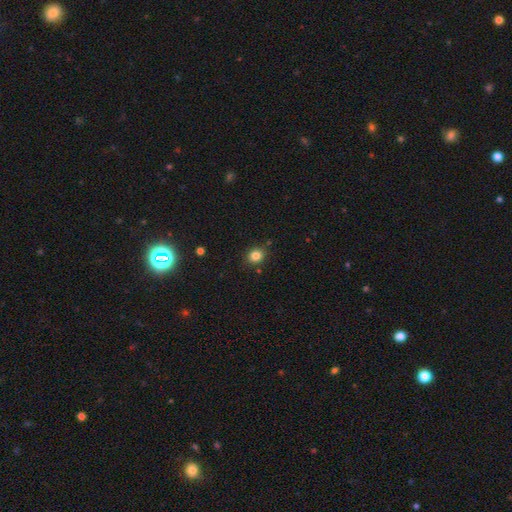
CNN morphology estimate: smooth-or-featured: smooth: 83% | star or artifact: 12% | featured or disk: 5%
  how-rounded: round: 65% | in between: 34% | cigar-shaped: 1%
  merging: none: 85% | minor disturbance: 10% | merger: 3% | major disturbance: 2%